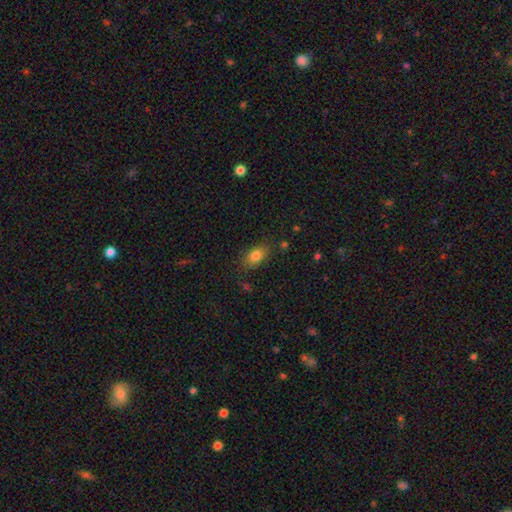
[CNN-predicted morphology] Smooth or featured? Predicted: smooth (p=0.82). How rounded? Predicted: in between (p=0.84). Merging? Predicted: none (p=0.79).